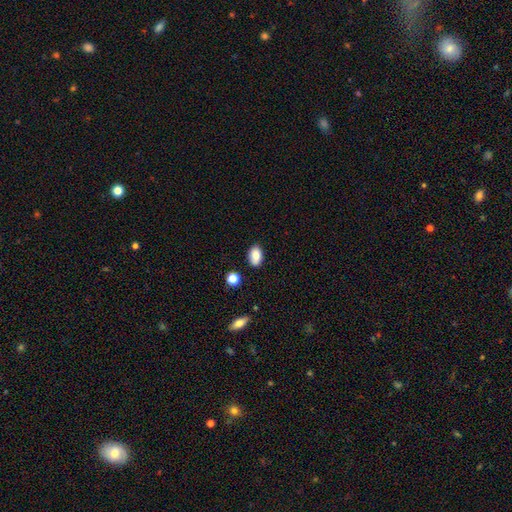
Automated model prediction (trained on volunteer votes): Smooth or featured? Predicted: smooth (p=0.84). How rounded? Predicted: in between (p=0.89). Merging? Predicted: none (p=0.83).